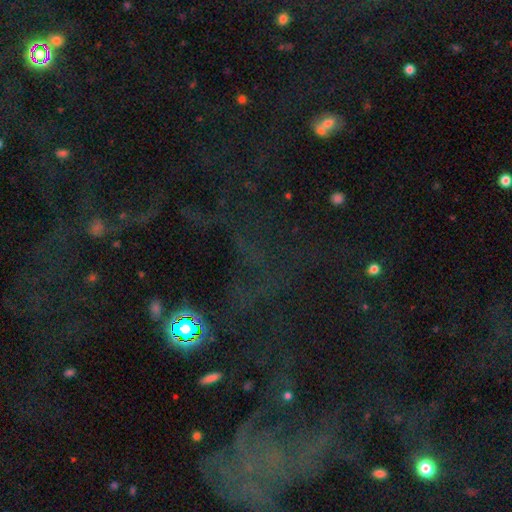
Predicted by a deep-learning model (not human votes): A star or artifact, not a galaxy (71%).